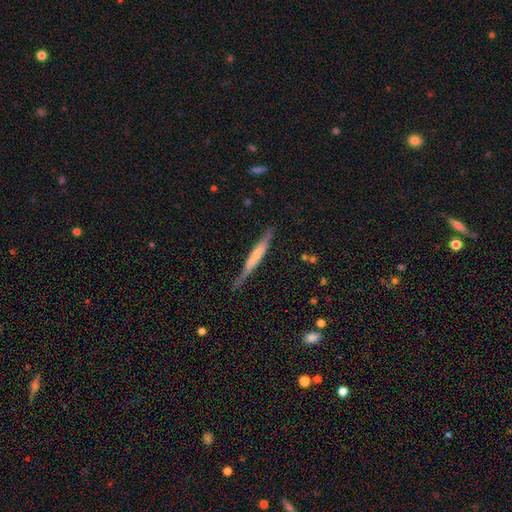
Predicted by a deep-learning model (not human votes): Smooth or featured?
  - featured or disk: 52% *
  - smooth: 42%
  - star or artifact: 6%
Edge-on disk?
  - yes: 94% *
  - no: 6%
Merging?
  - none: 74% *
  - minor disturbance: 19%
  - major disturbance: 4%
  - merger: 2%